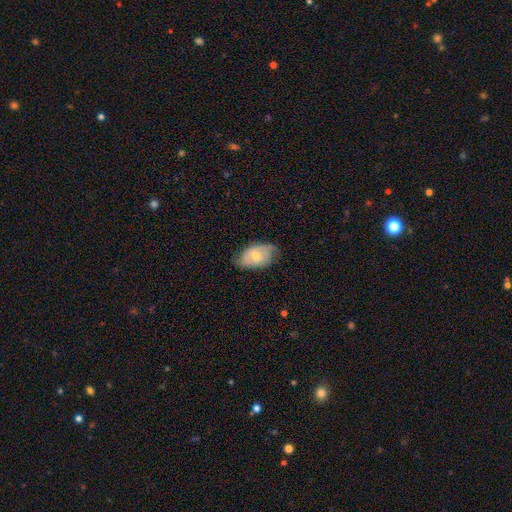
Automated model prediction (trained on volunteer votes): smooth_or_featured: smooth (p=0.54) [alt: featured or disk p=0.39]
how_rounded: in between (p=0.90) [alt: round p=0.08]
merging: none (p=0.61) [alt: minor disturbance p=0.30]